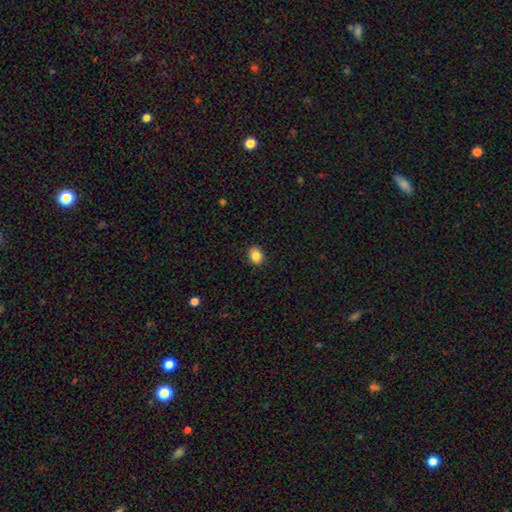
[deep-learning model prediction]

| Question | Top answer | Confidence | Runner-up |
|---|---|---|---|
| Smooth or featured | smooth | 86% | star or artifact (9%) |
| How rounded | round | 53% | in between (46%) |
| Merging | none | 91% | minor disturbance (6%) |